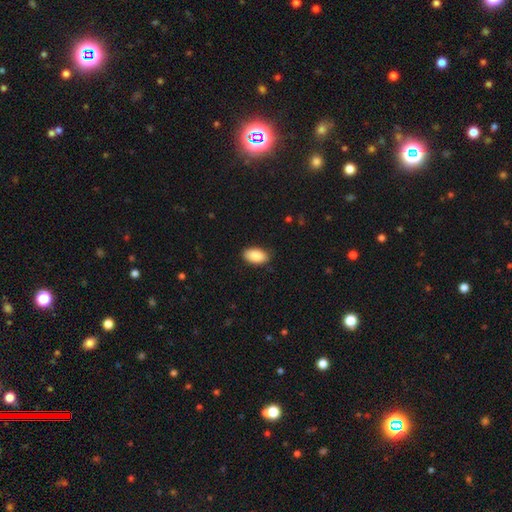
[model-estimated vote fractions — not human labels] This appears to be a smooth galaxy with no disk features (90%) that is in between round and cigar-shaped (94%). Merging: none (85%).